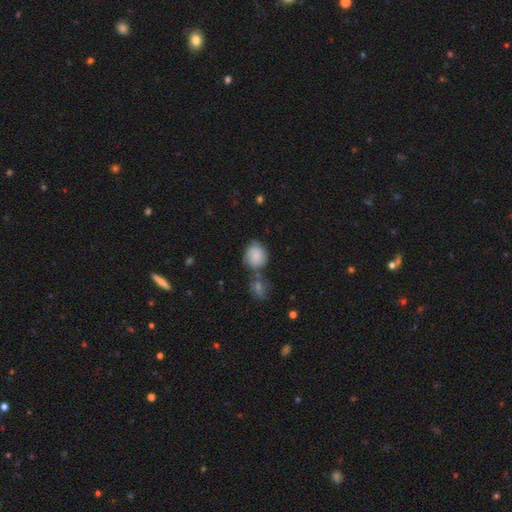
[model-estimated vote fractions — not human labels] smooth 81%, featured or disk 11%, star or artifact 8%. Down the decision tree: how rounded — round (66%); merging — none (49%).